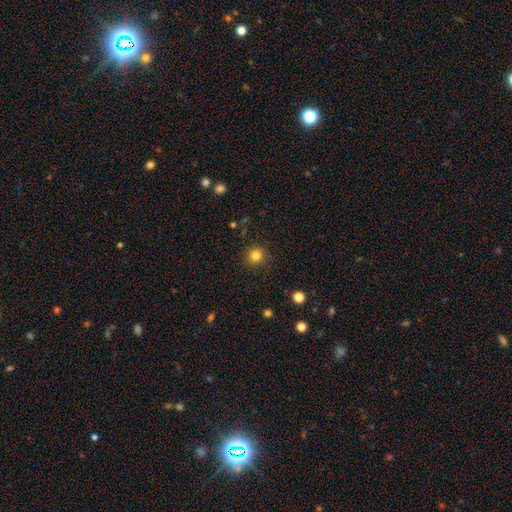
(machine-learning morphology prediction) Overall: smooth (82%). How rounded: round (94%). Merging: none (90%).